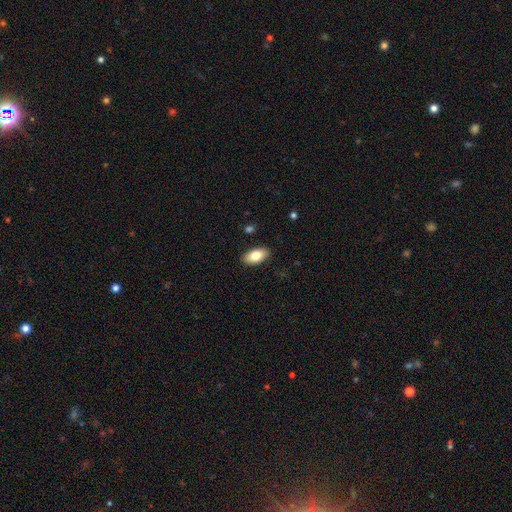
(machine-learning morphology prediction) smooth 81%, featured or disk 12%, star or artifact 7%. Down the decision tree: how rounded — in between (93%); merging — none (89%).